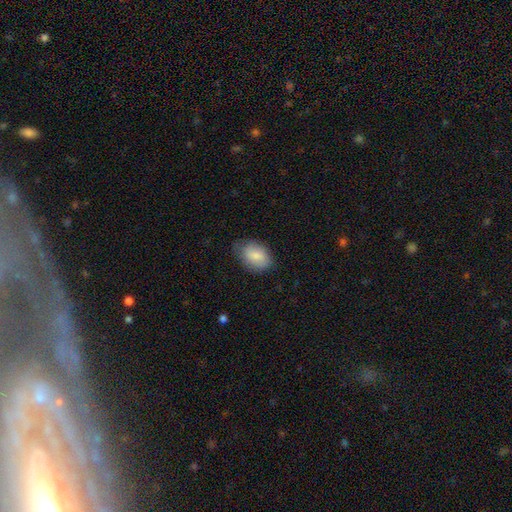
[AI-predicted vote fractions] This is clearly a smooth galaxy (82%). How rounded: clearly in between (85%). Merging: likely none (70%).